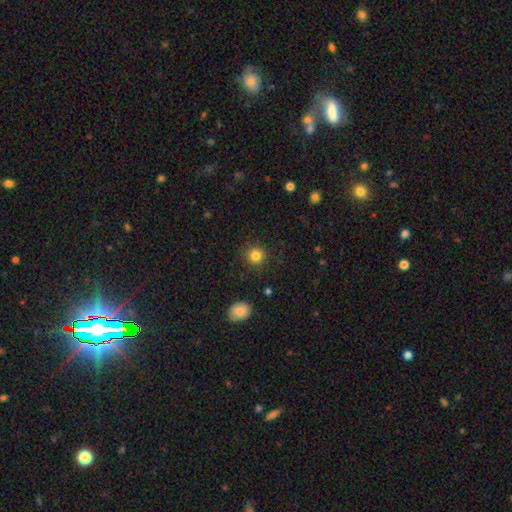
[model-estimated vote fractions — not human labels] smooth 84%, star or artifact 11%, featured or disk 5%. Down the decision tree: how rounded — round (92%); merging — none (90%).